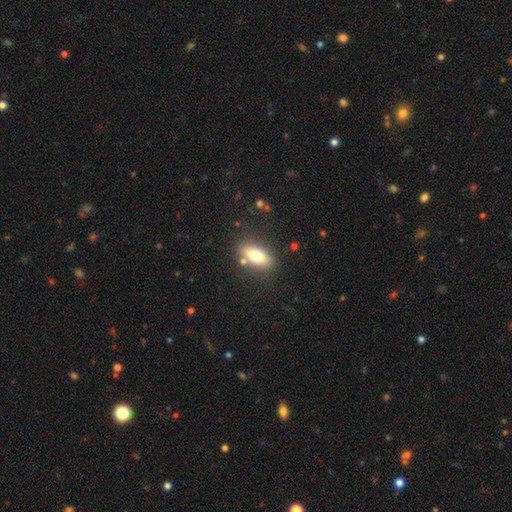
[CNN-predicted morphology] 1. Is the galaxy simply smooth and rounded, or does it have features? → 68% smooth, 24% featured or disk, 8% star or artifact.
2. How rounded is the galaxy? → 80% in between, 14% cigar-shaped, 6% round.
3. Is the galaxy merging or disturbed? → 80% none, 11% minor disturbance, 5% merger, 4% major disturbance.